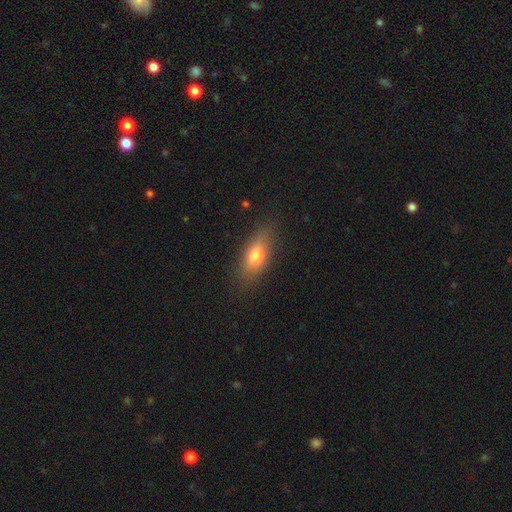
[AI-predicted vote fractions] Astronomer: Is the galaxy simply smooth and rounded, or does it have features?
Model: smooth — 70%.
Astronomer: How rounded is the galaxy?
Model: in between — 73%.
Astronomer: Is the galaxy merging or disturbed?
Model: none — 79%.